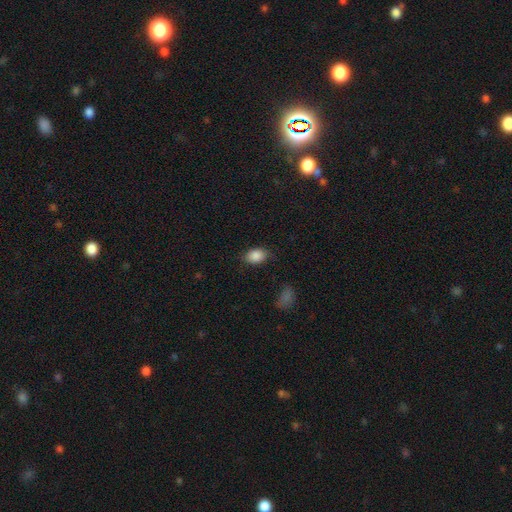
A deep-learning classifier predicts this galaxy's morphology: type=smooth (87%); roundness=in between (82%); merging=none (79%).